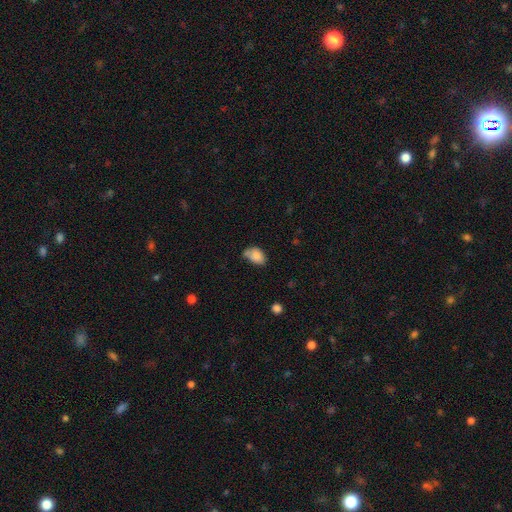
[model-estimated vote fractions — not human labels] A smooth galaxy with no disk features (83%) that is in between round and cigar-shaped (83%).

Vote fractions:
- Smooth or featured? smooth: 83% / star or artifact: 9% / featured or disk: 8%
- How rounded? in between: 83% / round: 16% / cigar-shaped: 1%
- Merging? none: 44% / minor disturbance: 35% / merger: 11% / major disturbance: 10%